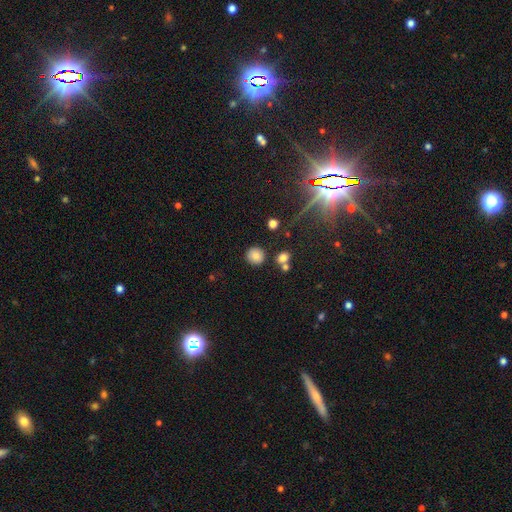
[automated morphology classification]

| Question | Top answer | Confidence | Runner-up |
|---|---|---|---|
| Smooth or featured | smooth | 81% | star or artifact (12%) |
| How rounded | round | 89% | in between (10%) |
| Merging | none | 83% | minor disturbance (8%) |